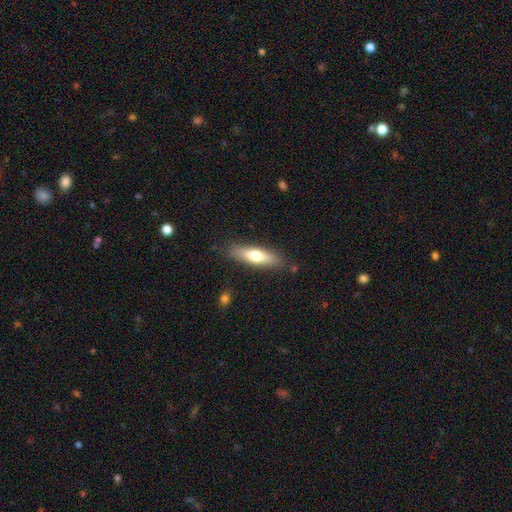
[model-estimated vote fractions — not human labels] Q: Smooth or featured?
A: smooth (63%); runner-up: featured or disk (31%)
Q: How rounded?
A: cigar-shaped (65%); runner-up: in between (33%)
Q: Merging?
A: none (85%); runner-up: minor disturbance (11%)